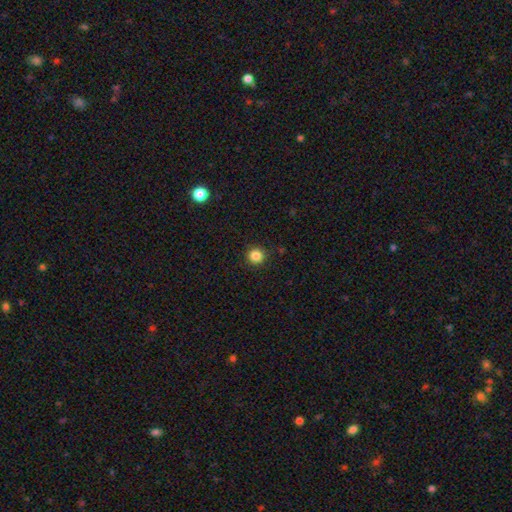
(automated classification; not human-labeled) Overall: smooth (85%). How rounded: round (95%). Merging: none (92%).